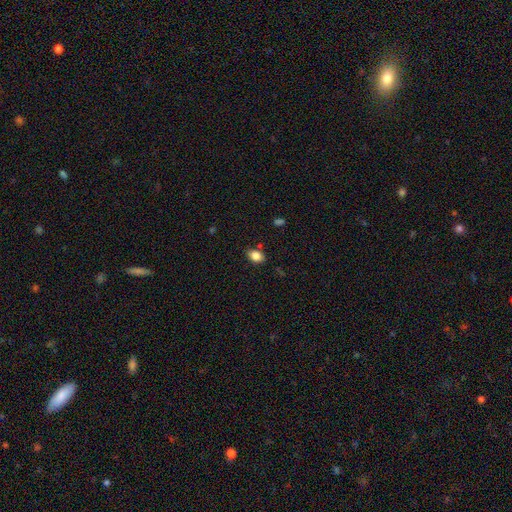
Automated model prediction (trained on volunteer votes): smooth-or-featured: smooth: 83% | star or artifact: 10% | featured or disk: 7%
  how-rounded: in between: 74% | round: 24% | cigar-shaped: 2%
  merging: none: 79% | minor disturbance: 15% | merger: 3% | major disturbance: 3%